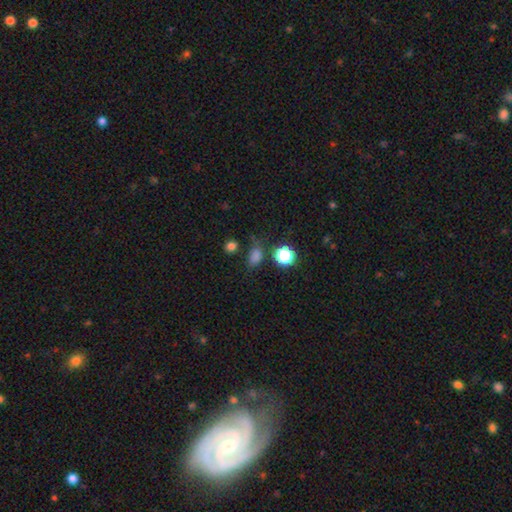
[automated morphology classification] smooth_or_featured: smooth (p=0.74) [alt: star or artifact p=0.21]
how_rounded: in between (p=0.66) [alt: round p=0.32]
merging: none (p=0.68) [alt: minor disturbance p=0.18]